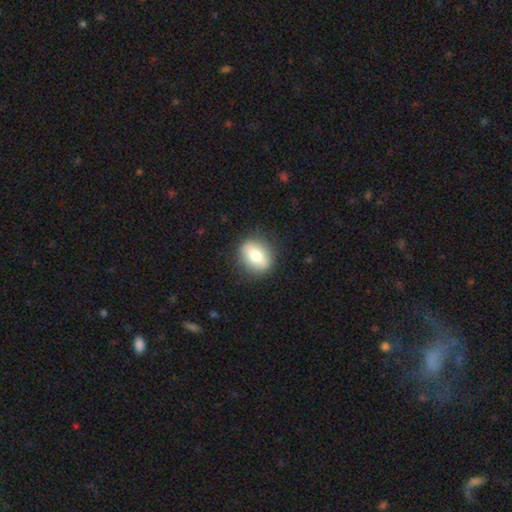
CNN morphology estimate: The model was most divided on "how rounded": round: 50%, in between: 48%, cigar-shaped: 2%. More confident: merging — none (86%); smooth or featured — smooth (68%).